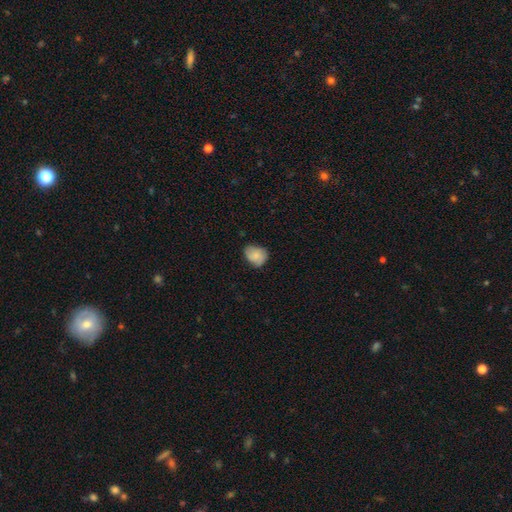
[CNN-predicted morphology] This appears to be a smooth galaxy with no disk features (78%) that is round (50%). Merging: none (61%).